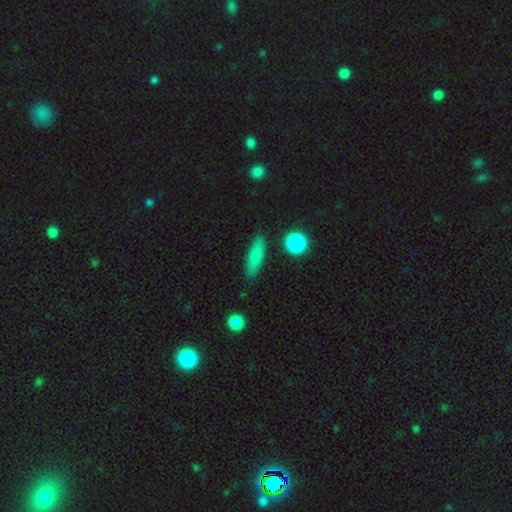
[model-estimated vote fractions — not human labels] Smooth or featured? Predicted: smooth (p=0.79). How rounded? Predicted: cigar-shaped (p=0.57). Merging? Predicted: none (p=0.85).